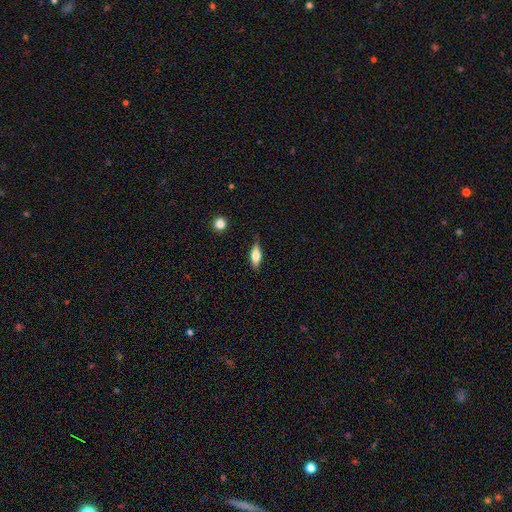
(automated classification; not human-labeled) smooth 68%, featured or disk 25%, star or artifact 7%. Down the decision tree: how rounded — in between (67%); merging — none (79%).